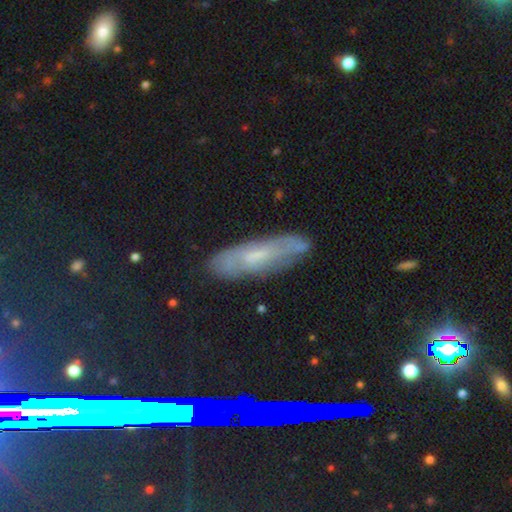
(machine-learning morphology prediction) Smooth or featured: featured or disk — 46% (smooth — 41%)
Merging: none — 76% (minor disturbance — 17%)